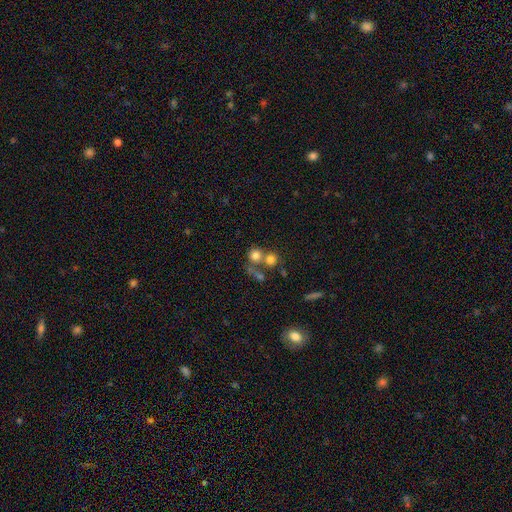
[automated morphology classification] Smooth or featured? Predicted: smooth (p=0.75). How rounded? Predicted: round (p=0.87). Merging? Predicted: none (p=0.45).